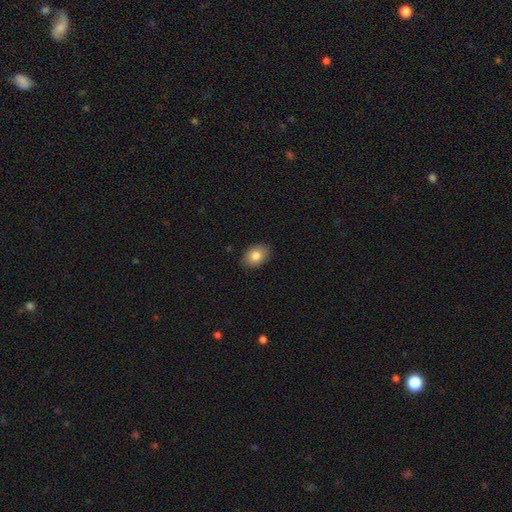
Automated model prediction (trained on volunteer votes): Morphology: type=smooth (82%); roundness=in between (77%); merging=none (87%).